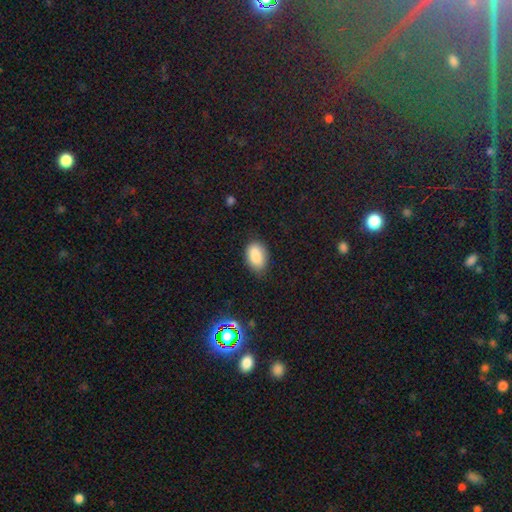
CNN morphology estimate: smooth_or_featured: smooth (p=0.85) [alt: star or artifact p=0.08]
how_rounded: in between (p=0.89) [alt: round p=0.09]
merging: none (p=0.77) [alt: minor disturbance p=0.18]